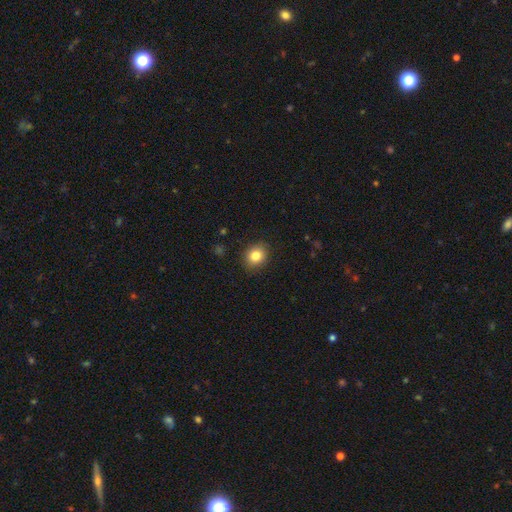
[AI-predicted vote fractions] This appears to be a smooth galaxy with no disk features (83%) that is round (65%). Merging: none (89%).